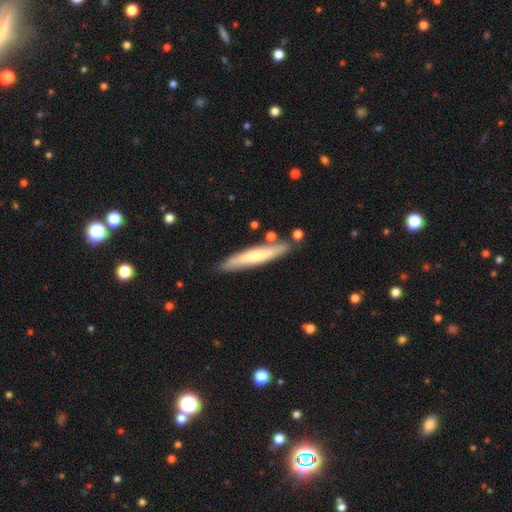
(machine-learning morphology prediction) type=smooth (52%); roundness=cigar-shaped (91%); merging=none (80%).